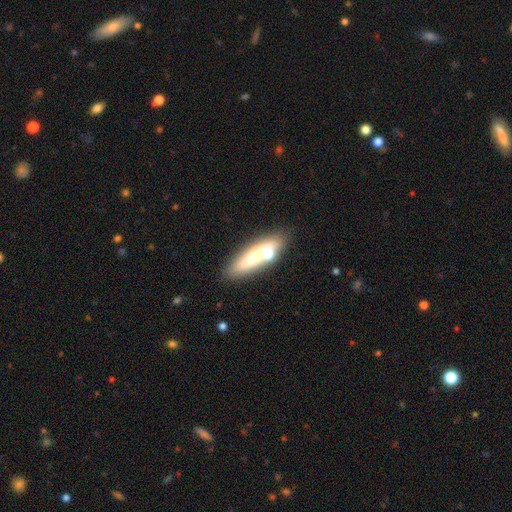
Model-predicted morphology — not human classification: This is possibly a smooth galaxy (57%). How rounded: likely cigar-shaped (60%). Merging: likely none (66%).